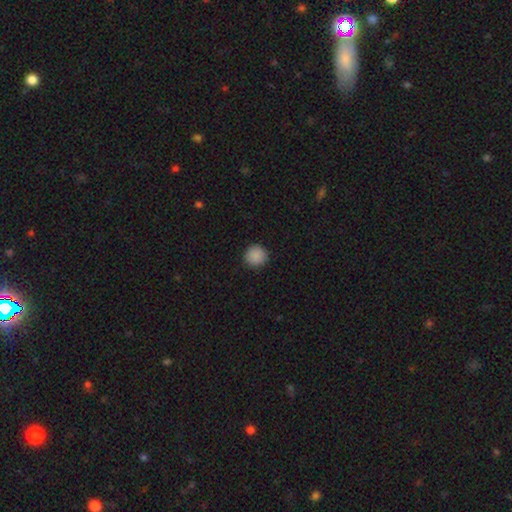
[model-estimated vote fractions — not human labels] Overall: smooth (89%). How rounded: round (94%). Merging: none (92%).